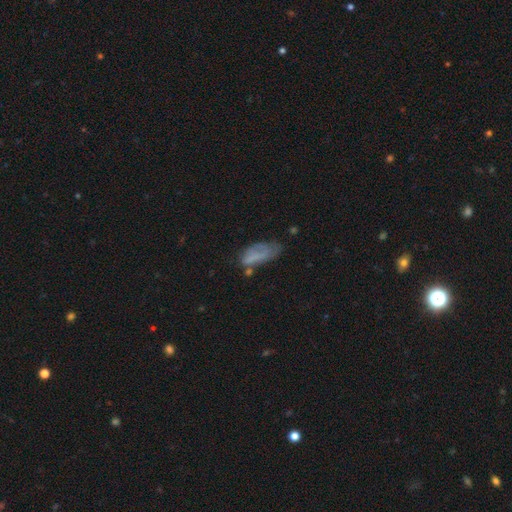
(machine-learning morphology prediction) The model was most divided on "merging": none: 36%, minor disturbance: 32%, major disturbance: 24%, merger: 8%. More confident: how rounded — in between (74%); smooth or featured — smooth (60%).